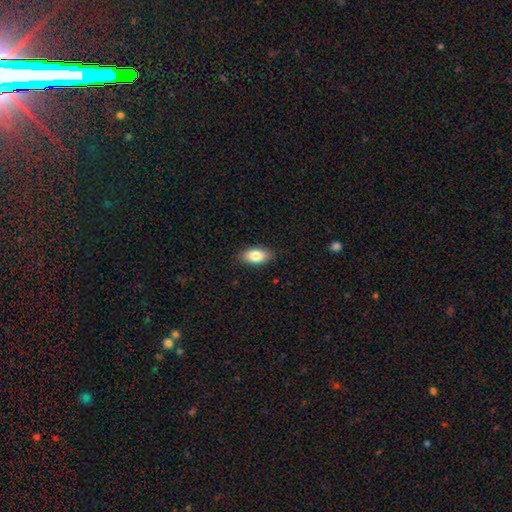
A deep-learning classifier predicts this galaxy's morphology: The model was most divided on "smooth or featured": smooth: 84%, featured or disk: 9%, star or artifact: 7%. More confident: how rounded — in between (93%); merging — none (87%).